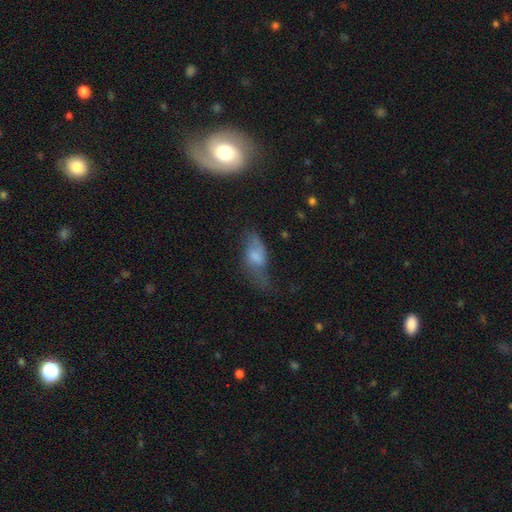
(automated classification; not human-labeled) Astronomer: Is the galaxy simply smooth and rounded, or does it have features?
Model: smooth — 58%.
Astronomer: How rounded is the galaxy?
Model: in between — 82%.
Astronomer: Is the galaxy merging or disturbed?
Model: none — 36% (runner-up: minor disturbance, 31%).